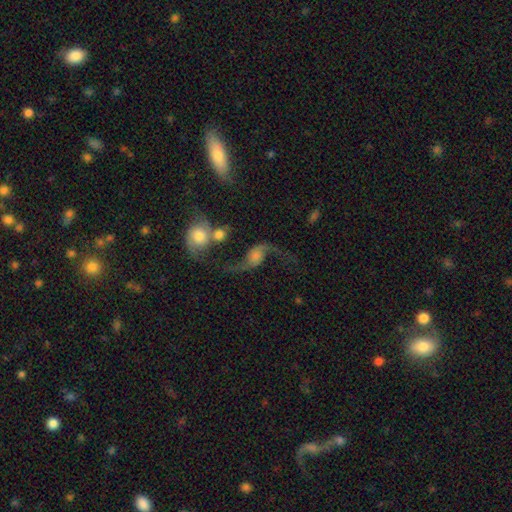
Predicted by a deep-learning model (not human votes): smooth_or_featured: featured or disk (p=0.82) [alt: smooth p=0.10]
disk_edge_on: no (p=0.96) [alt: yes p=0.04]
bar: no (p=0.61) [alt: weak p=0.31]
has_spiral_arms: yes (p=0.95) [alt: no p=0.05]
spiral_winding: loose (p=0.89) [alt: medium p=0.09]
spiral_arm_count: 2 (p=0.91) [alt: 1 p=0.05]
bulge_size: moderate (p=0.36) [alt: small p=0.25]
merging: none (p=0.49) [alt: merger p=0.20]